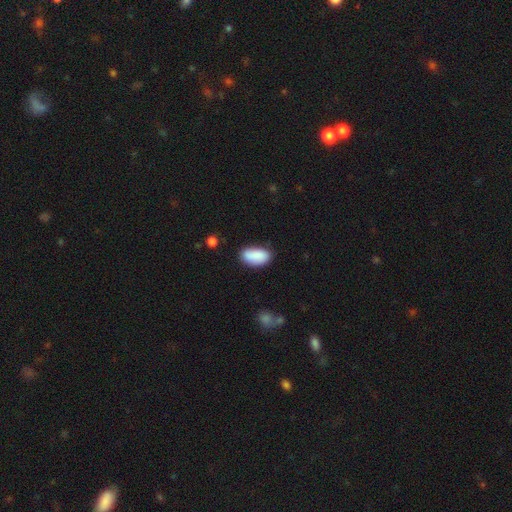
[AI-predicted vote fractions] A smooth galaxy with no disk features (88%) that is in between round and cigar-shaped (92%). Merging: none (75%).